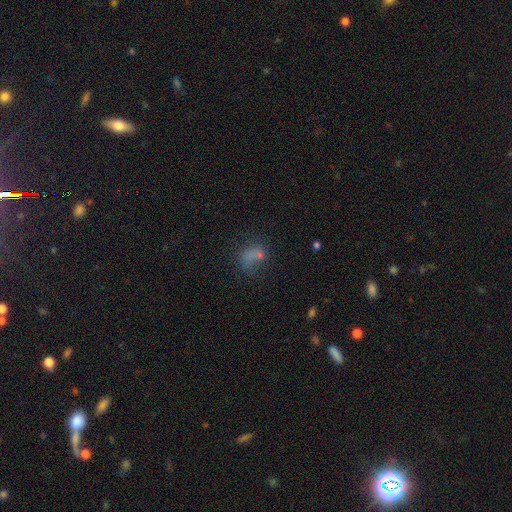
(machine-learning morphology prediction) Smooth or featured? Predicted: smooth (p=0.58). How rounded? Predicted: in between (p=0.64). Merging? Predicted: none (p=0.46).